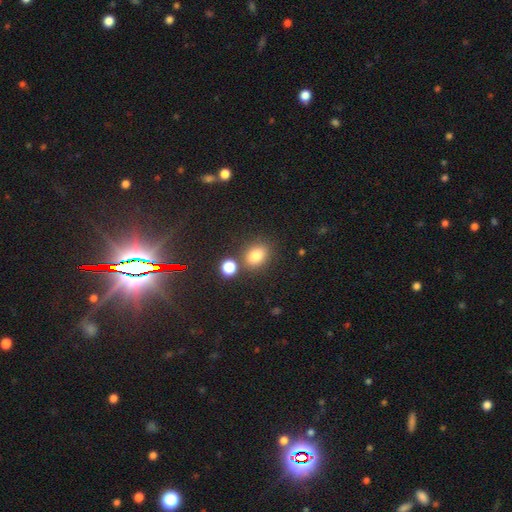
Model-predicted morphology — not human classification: Q: Smooth or featured?
A: smooth (81%); runner-up: star or artifact (13%)
Q: How rounded?
A: in between (56%); runner-up: round (43%)
Q: Merging?
A: none (72%); runner-up: merger (13%)